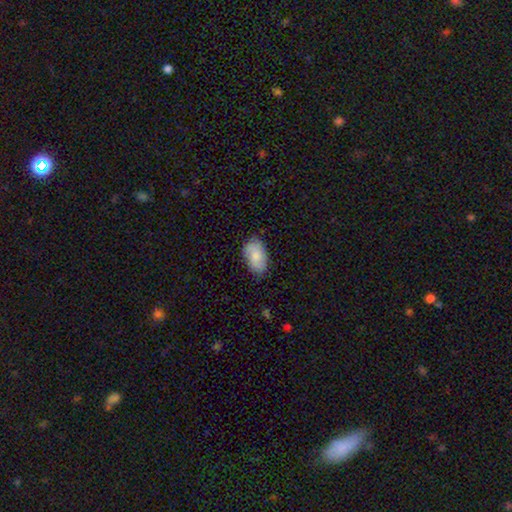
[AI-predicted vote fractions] smooth-or-featured: smooth: 74% | featured or disk: 20% | star or artifact: 6%
  how-rounded: in between: 93% | round: 5% | cigar-shaped: 2%
  merging: none: 73% | minor disturbance: 21% | major disturbance: 4% | merger: 1%